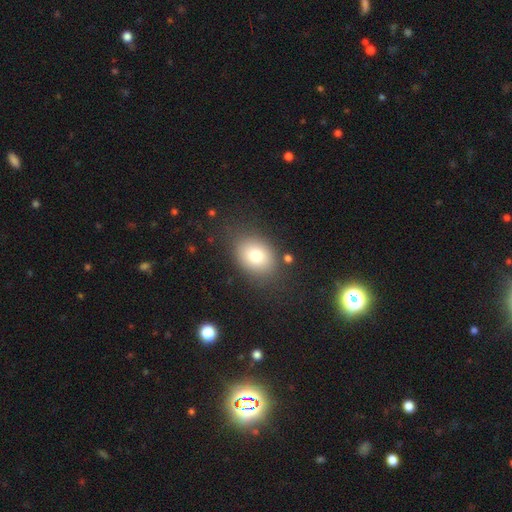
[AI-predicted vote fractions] Morphology: type=smooth (77%); roundness=in between (59%); merging=none (79%).